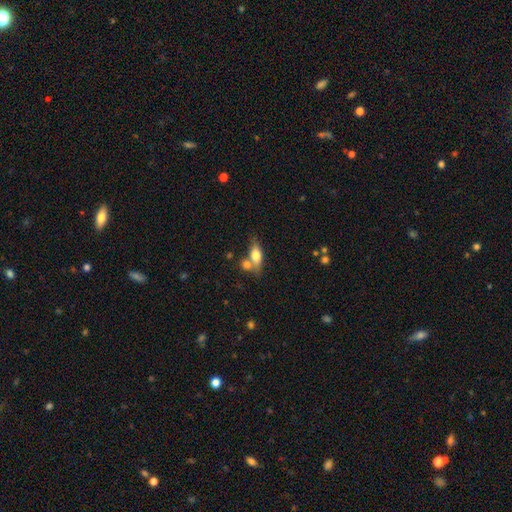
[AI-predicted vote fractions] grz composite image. It shows a smooth galaxy with no disk features (71%) that is in between round and cigar-shaped (76%). Merging: none (48%).